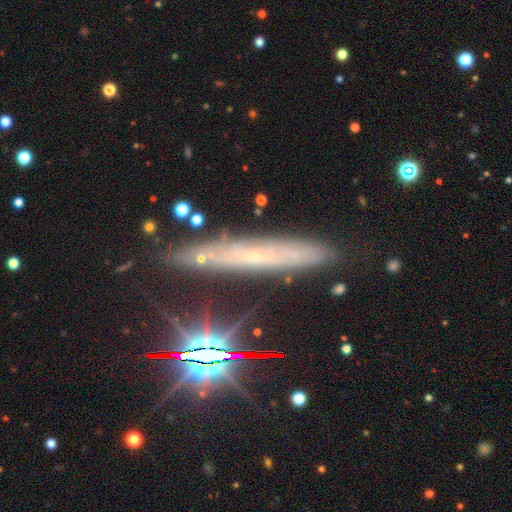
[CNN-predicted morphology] Overall: featured or disk (54%; smooth 24%). Edge-on disk: yes (78%). Merging: none (82%).